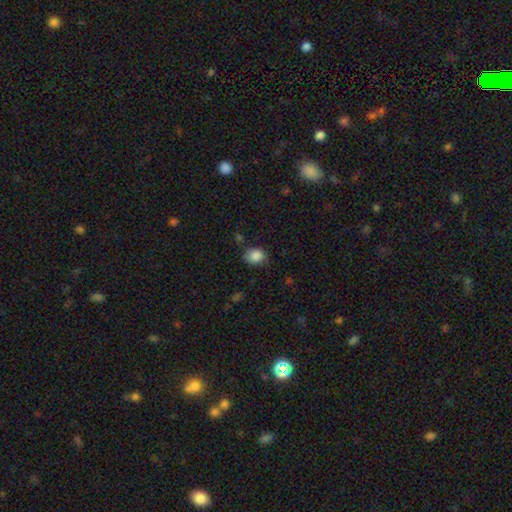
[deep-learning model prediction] Smooth or featured? smooth (86%)
How rounded? round (53%)
Merging? none (68%)